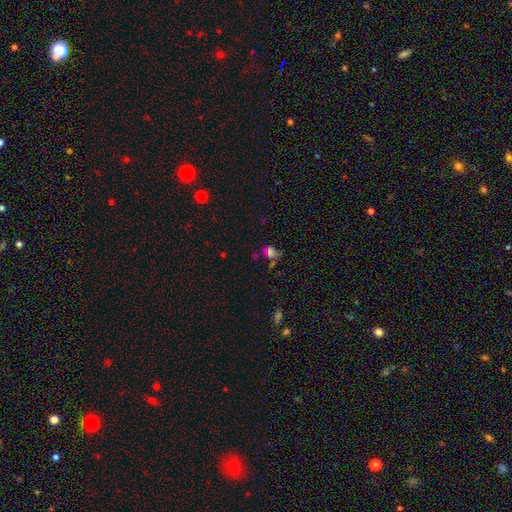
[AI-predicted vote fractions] This appears to be a smooth galaxy with no disk features (48%). Merging: none (57%).